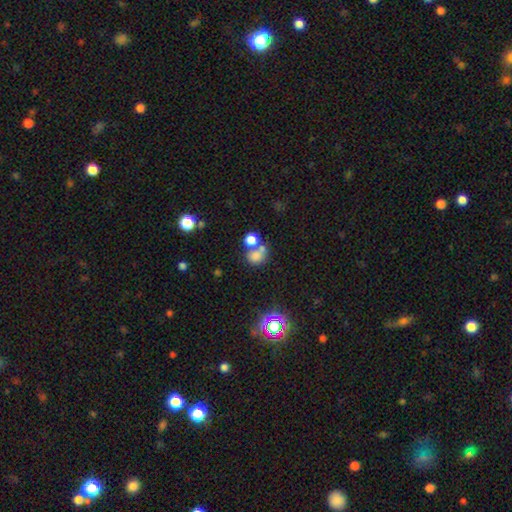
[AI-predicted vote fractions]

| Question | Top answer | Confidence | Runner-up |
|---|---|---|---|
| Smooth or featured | smooth | 70% | star or artifact (18%) |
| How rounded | round | 74% | in between (25%) |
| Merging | merger | 43% | none (41%) |